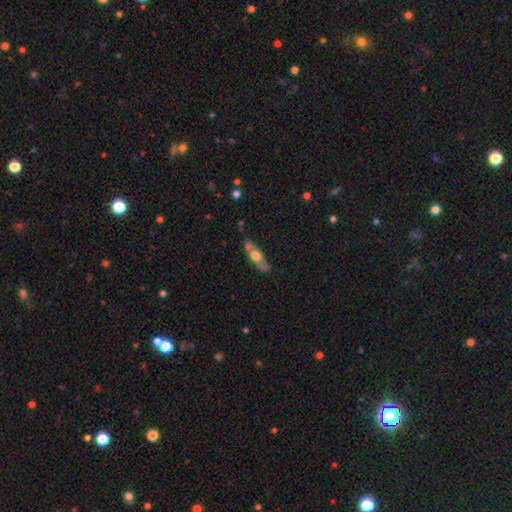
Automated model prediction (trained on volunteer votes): Smooth or featured?
  - featured or disk: 47% * (tied)
  - smooth: 47% * (tied)
  - star or artifact: 6%
Merging?
  - none: 70% *
  - minor disturbance: 19%
  - merger: 7%
  - major disturbance: 5%